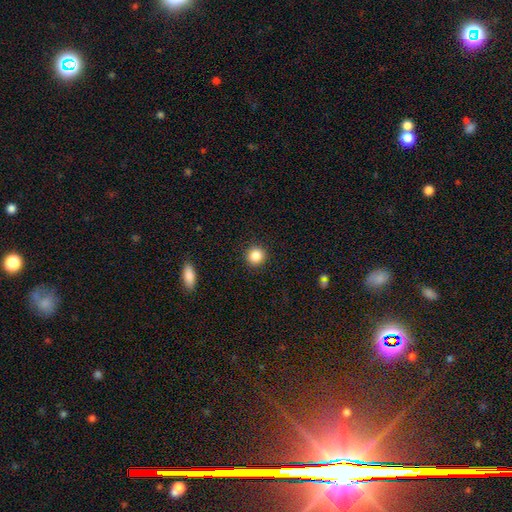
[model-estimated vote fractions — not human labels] smooth-or-featured: smooth: 86% | star or artifact: 10% | featured or disk: 4%
  how-rounded: round: 93% | in between: 6% | cigar-shaped: 1%
  merging: none: 92% | minor disturbance: 5% | major disturbance: 2% | merger: 1%